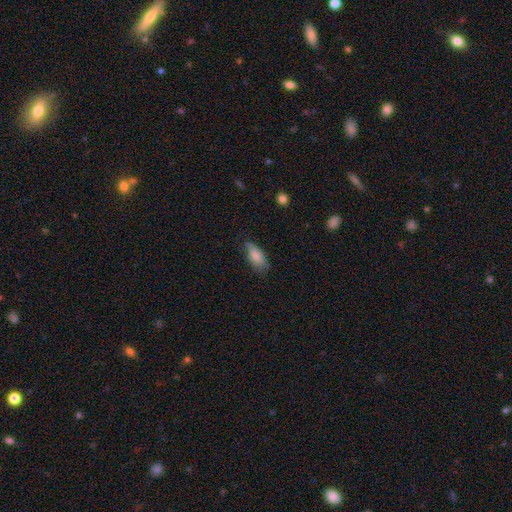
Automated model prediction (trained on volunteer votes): Smooth or featured? smooth (82%)
How rounded? in between (83%)
Merging? none (57%)